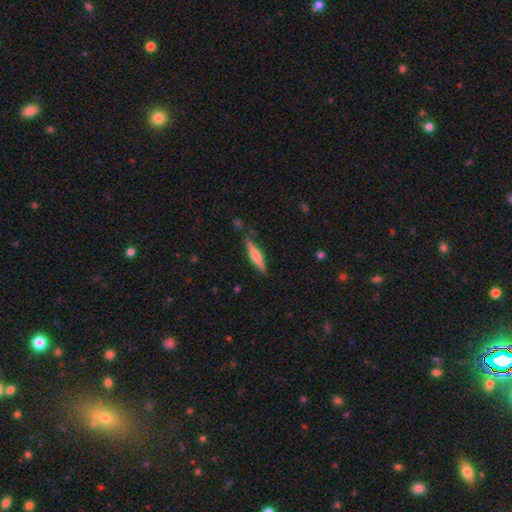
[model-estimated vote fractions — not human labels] A featured or disk galaxy (49%). Merging: none (84%).